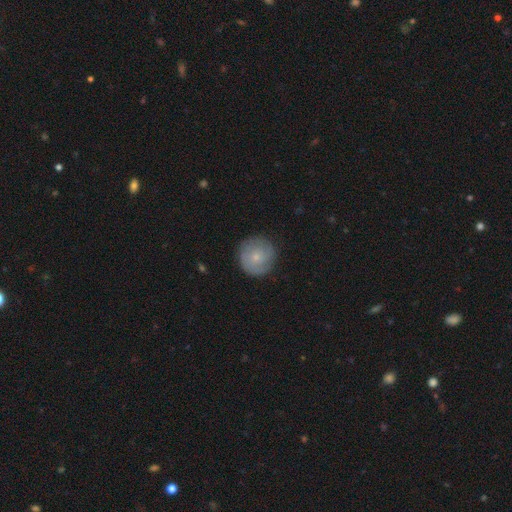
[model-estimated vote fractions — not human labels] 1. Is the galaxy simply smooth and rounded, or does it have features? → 54% smooth, 39% featured or disk, 7% star or artifact.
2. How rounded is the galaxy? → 94% round, 5% in between, 1% cigar-shaped.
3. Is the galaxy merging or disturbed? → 83% none, 13% minor disturbance, 3% major disturbance, 1% merger.